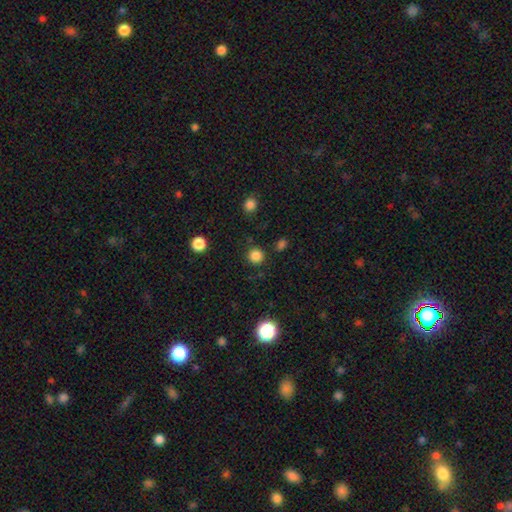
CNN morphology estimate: This appears to be a smooth galaxy with no disk features (83%) that is round (94%). Merging: none (88%).